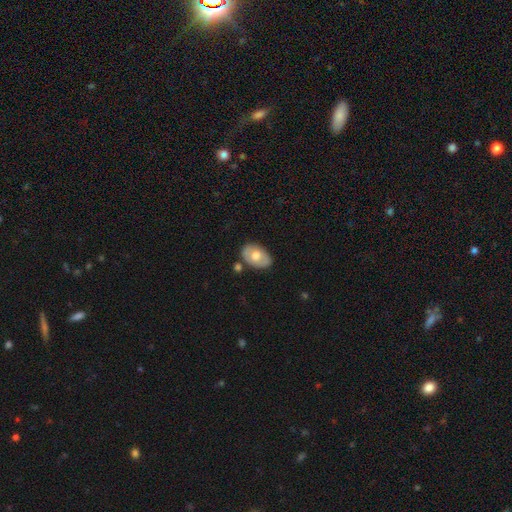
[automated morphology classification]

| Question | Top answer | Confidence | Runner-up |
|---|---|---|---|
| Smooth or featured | smooth | 60% | featured or disk (35%) |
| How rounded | in between | 88% | round (10%) |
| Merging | none | 72% | minor disturbance (17%) |